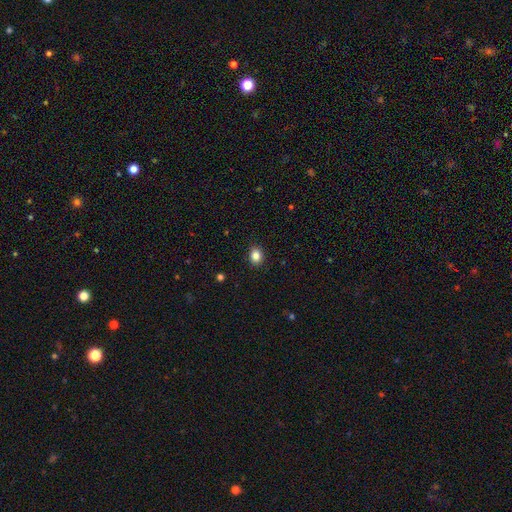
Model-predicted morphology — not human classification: type=smooth (85%); roundness=round (52%); merging=none (90%).